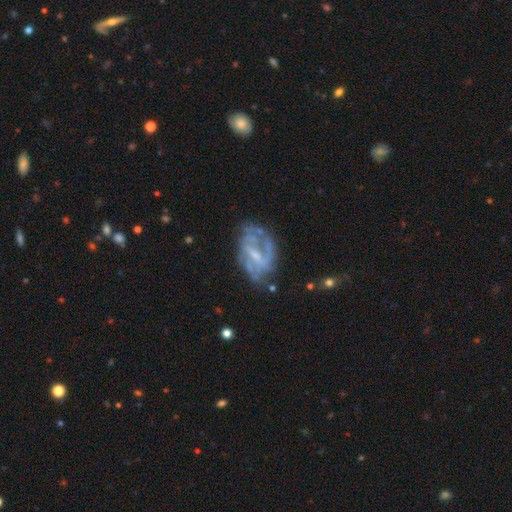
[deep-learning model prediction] Smooth or featured?
  - featured or disk: 79% *
  - smooth: 13%
  - star or artifact: 9%
Edge-on disk?
  - no: 96% *
  - yes: 4%
Bar?
  - weak: 50% *
  - strong: 27%
  - no: 24%
Spiral arms?
  - yes: 79% *
  - no: 21%
Spiral winding?
  - medium: 43% *
  - tight: 33%
  - loose: 24%
Spiral arm count?
  - 2: 42% *
  - can't tell: 33%
  - 3: 12%
  - 1: 6%
  - 4: 4%
  - more than 4: 3%
Bulge size?
  - small: 51% *
  - moderate: 28%
  - none: 18%
  - large: 2%
  - dominant: 1%
Merging?
  - none: 55% *
  - minor disturbance: 24%
  - major disturbance: 18%
  - merger: 4%